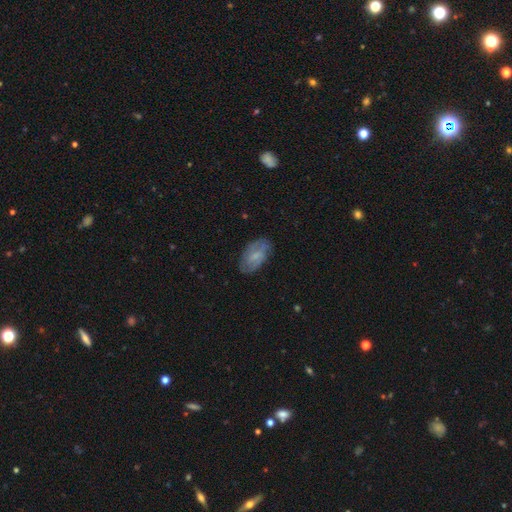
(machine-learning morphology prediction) featured or disk 53%, smooth 39%, star or artifact 7%. Down the decision tree: edge-on disk — no (95%); bar — weak (50%); spiral arms — yes (80%); bulge size — small (45%); merging — none (75%).